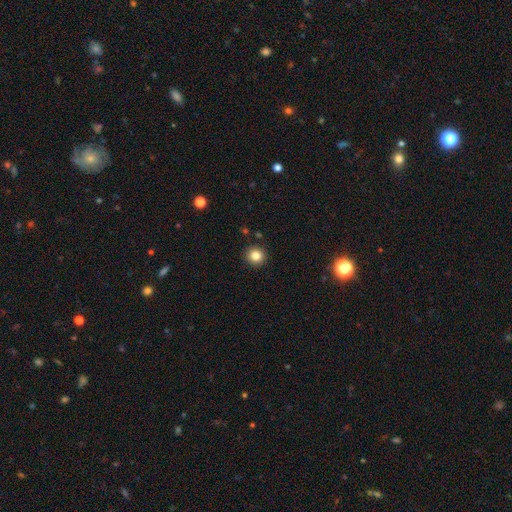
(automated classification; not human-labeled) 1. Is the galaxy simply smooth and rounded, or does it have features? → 84% smooth, 11% star or artifact, 5% featured or disk.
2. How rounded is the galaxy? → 92% round, 7% in between, 1% cigar-shaped.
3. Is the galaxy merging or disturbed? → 91% none, 5% minor disturbance, 2% major disturbance, 2% merger.